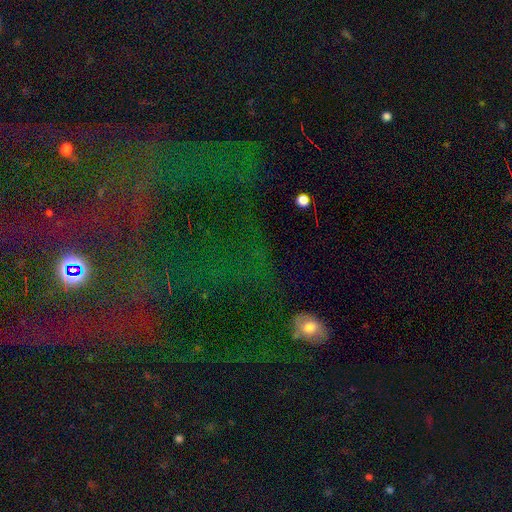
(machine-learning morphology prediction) A star or artifact, not a galaxy (52%).